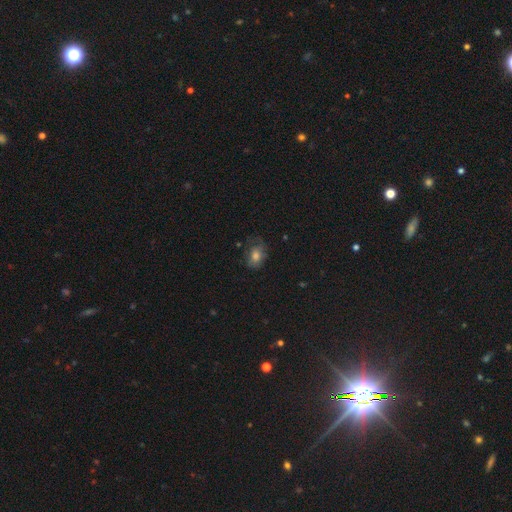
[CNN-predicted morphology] Smooth or featured?
  - smooth: 62% *
  - featured or disk: 26%
  - star or artifact: 12%
How rounded?
  - in between: 72% *
  - round: 26%
  - cigar-shaped: 1%
Merging?
  - none: 53% *
  - minor disturbance: 28%
  - major disturbance: 18%
  - merger: 2%